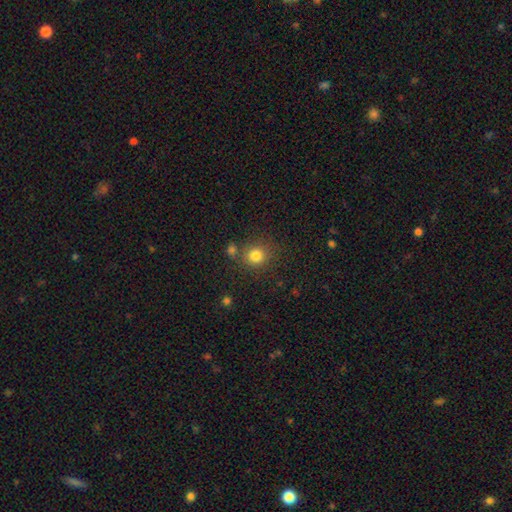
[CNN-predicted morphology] The model was most divided on "merging": none: 76%, merger: 10%, minor disturbance: 10%, major disturbance: 4%. More confident: how rounded — round (88%); smooth or featured — smooth (81%).